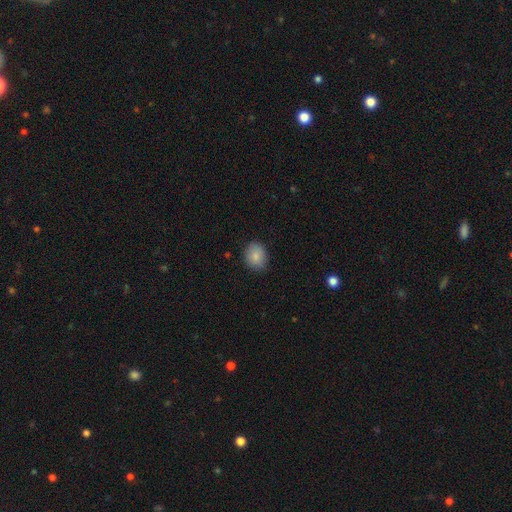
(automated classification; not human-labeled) Morphology: type=smooth (86%); roundness=round (59%); merging=none (85%).